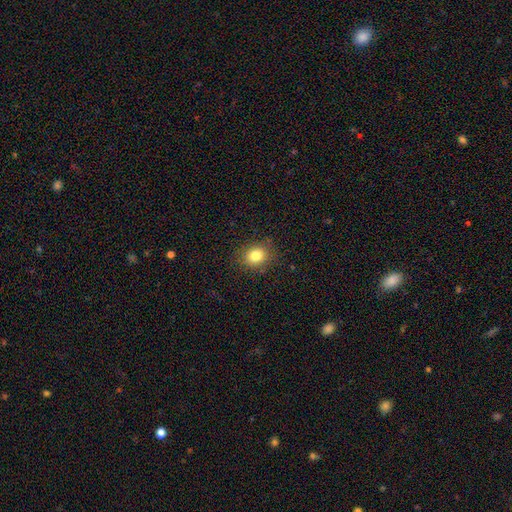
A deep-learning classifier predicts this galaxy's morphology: smooth-or-featured: smooth: 82% | star or artifact: 11% | featured or disk: 7%
  how-rounded: round: 52% | in between: 47% | cigar-shaped: 1%
  merging: none: 86% | minor disturbance: 10% | major disturbance: 3% | merger: 1%